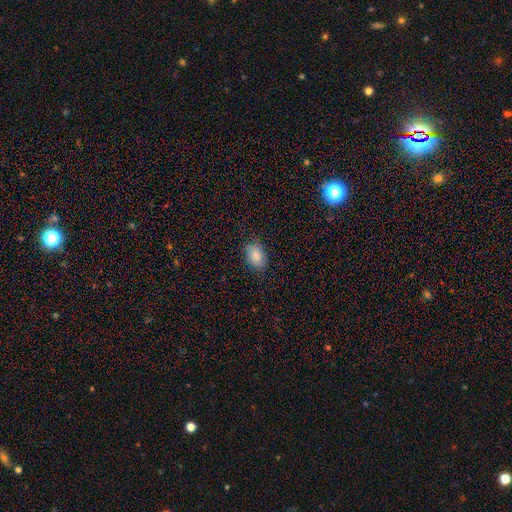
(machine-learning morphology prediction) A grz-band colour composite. It shows a smooth galaxy with no disk features (85%) that is in between round and cigar-shaped (83%). Merging: none (82%).